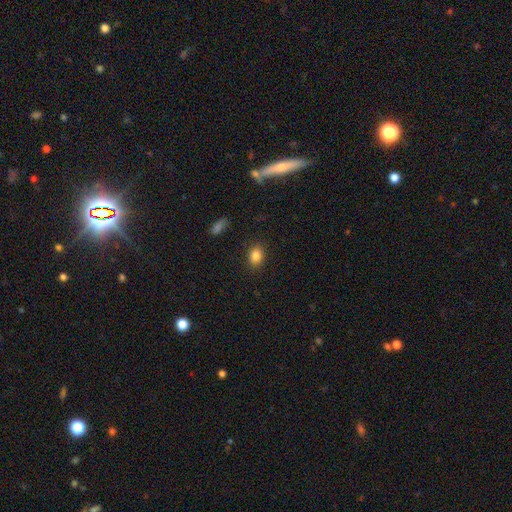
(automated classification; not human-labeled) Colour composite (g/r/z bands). It shows a smooth galaxy with no disk features (84%) that is in between round and cigar-shaped (65%). Merging: none (87%).